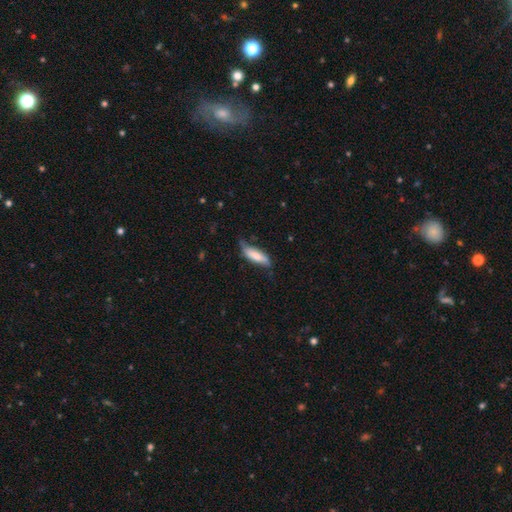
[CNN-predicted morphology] Smooth or featured? Predicted: smooth (p=0.69). How rounded? Predicted: in between (p=0.50). Merging? Predicted: none (p=0.52).